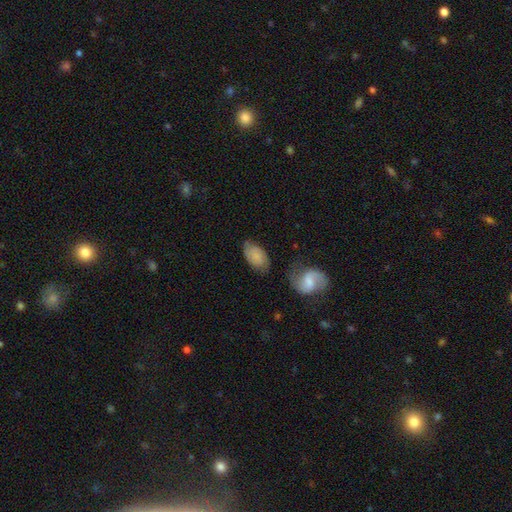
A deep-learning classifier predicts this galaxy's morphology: Smooth or featured: smooth — 62% (featured or disk — 30%)
How rounded: in between — 92% (round — 7%)
Merging: none — 57% (minor disturbance — 26%)